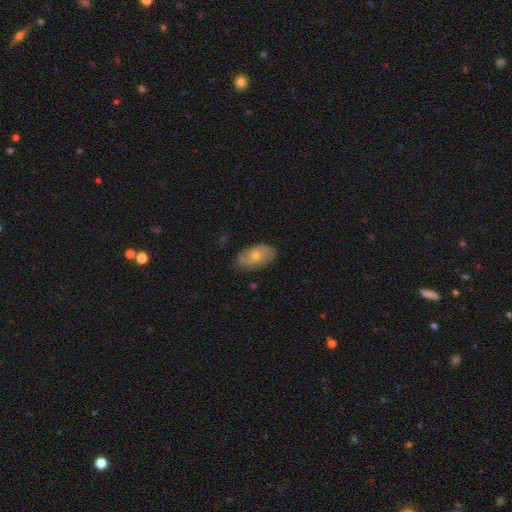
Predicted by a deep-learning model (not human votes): Morphology: type=featured or disk (47%); merging=none (80%).